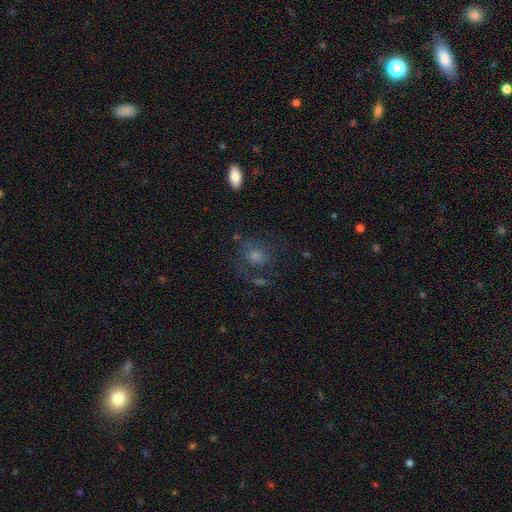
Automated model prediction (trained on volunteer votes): The model was most divided on "how rounded": round: 56%, in between: 43%, cigar-shaped: 2%. More confident: smooth or featured — smooth (58%); merging — none (57%).